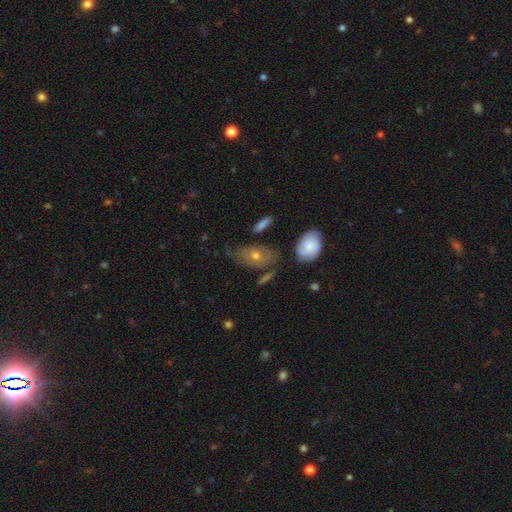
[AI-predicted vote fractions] This appears to be a smooth galaxy with no disk features (55%) that is in between round and cigar-shaped (83%). Merging: none (54%).